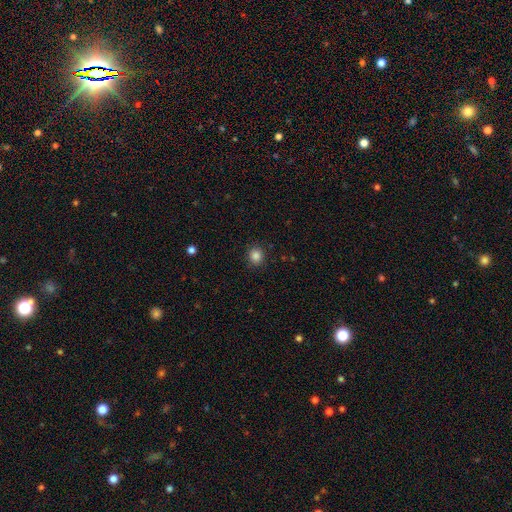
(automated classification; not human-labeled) This is clearly a smooth galaxy (85%). How rounded: clearly round (83%). Merging: clearly none (90%).